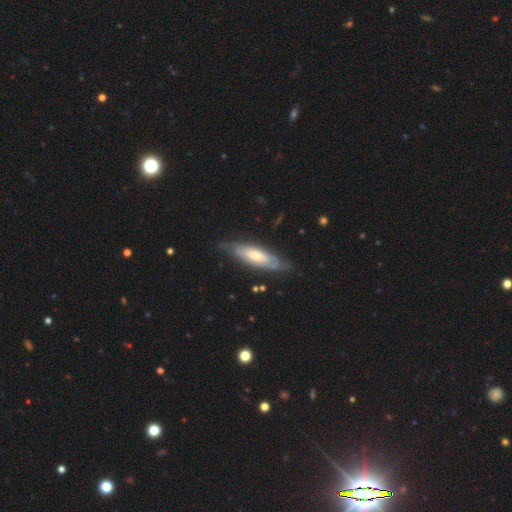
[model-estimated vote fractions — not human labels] This appears to be a featured or disk galaxy (59%). Merging: none (67%).